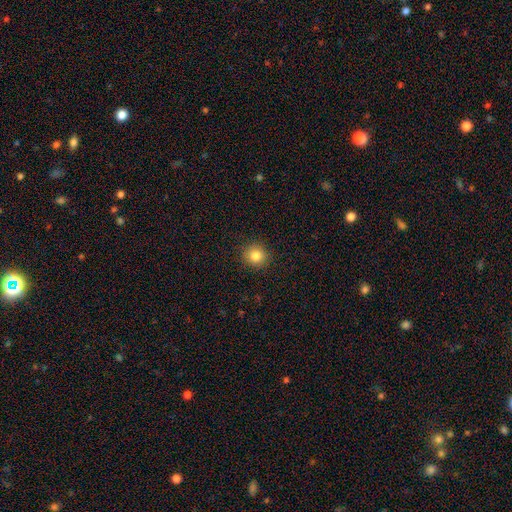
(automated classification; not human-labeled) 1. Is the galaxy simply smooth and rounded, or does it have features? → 83% smooth, 11% star or artifact, 6% featured or disk.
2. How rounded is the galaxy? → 92% round, 7% in between, 1% cigar-shaped.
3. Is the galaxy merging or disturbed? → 91% none, 6% minor disturbance, 2% major disturbance, 1% merger.